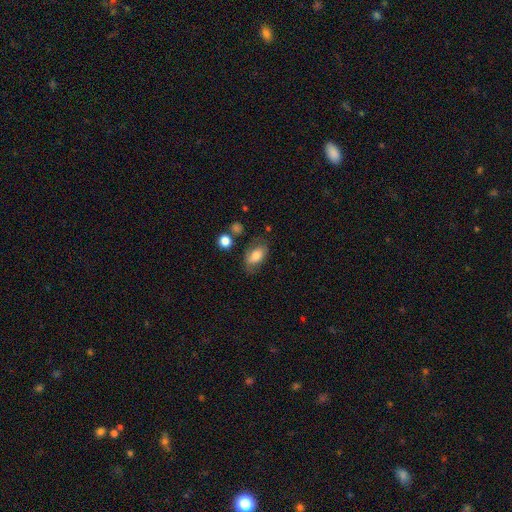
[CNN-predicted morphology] smooth_or_featured: smooth (p=0.73) [alt: featured or disk p=0.19]
how_rounded: in between (p=0.89) [alt: round p=0.09]
merging: none (p=0.69) [alt: minor disturbance p=0.20]